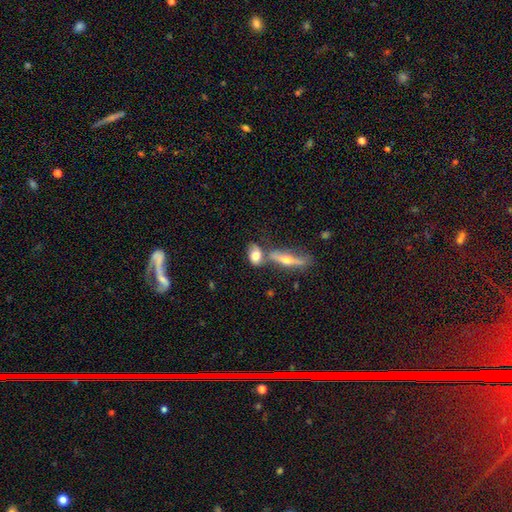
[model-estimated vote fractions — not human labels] This is likely a smooth galaxy (64%). How rounded: likely in between (78%). Merging: marginally none (44%).